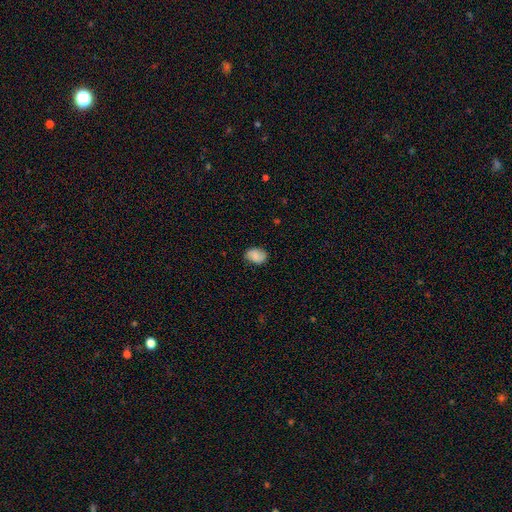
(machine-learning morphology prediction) A smooth galaxy with no disk features (77%) that is in between round and cigar-shaped (74%).

Vote fractions:
- Smooth or featured? smooth: 77% / featured or disk: 15% / star or artifact: 8%
- How rounded? in between: 74% / round: 25% / cigar-shaped: 1%
- Merging? none: 76% / minor disturbance: 19% / major disturbance: 4% / merger: 1%